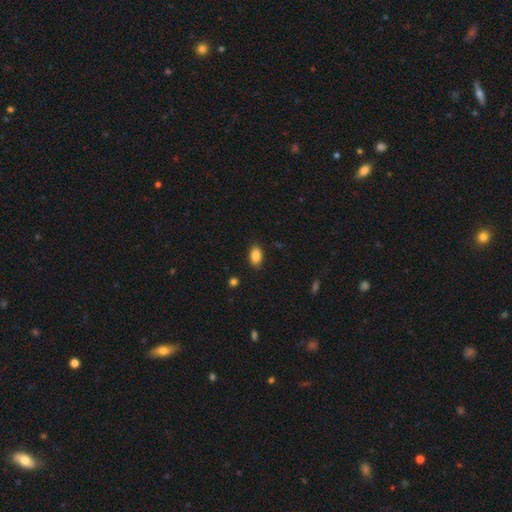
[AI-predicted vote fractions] Morphology: type=smooth (87%); roundness=in between (89%); merging=none (86%).